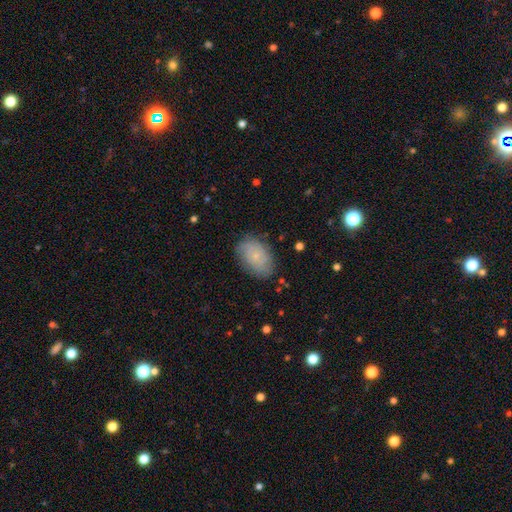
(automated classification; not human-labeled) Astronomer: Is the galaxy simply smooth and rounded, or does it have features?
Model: smooth — 61%.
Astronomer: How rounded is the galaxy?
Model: in between — 88%.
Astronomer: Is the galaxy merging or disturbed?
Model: none — 78%.